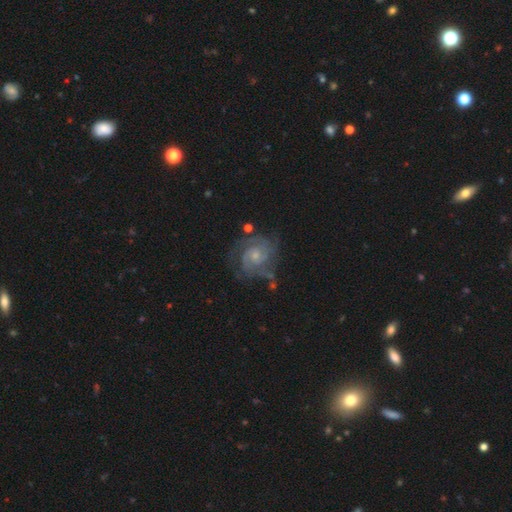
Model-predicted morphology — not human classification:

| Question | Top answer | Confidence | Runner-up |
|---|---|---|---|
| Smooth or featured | featured or disk | 82% | smooth (11%) |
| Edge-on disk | no | 98% | yes (2%) |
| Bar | no | 70% | weak (26%) |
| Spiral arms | yes | 94% | no (6%) |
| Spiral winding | tight | 56% | medium (35%) |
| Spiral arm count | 2 | 37% | can't tell (27%) |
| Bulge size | small | 57% | moderate (36%) |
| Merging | none | 61% | minor disturbance (21%) |